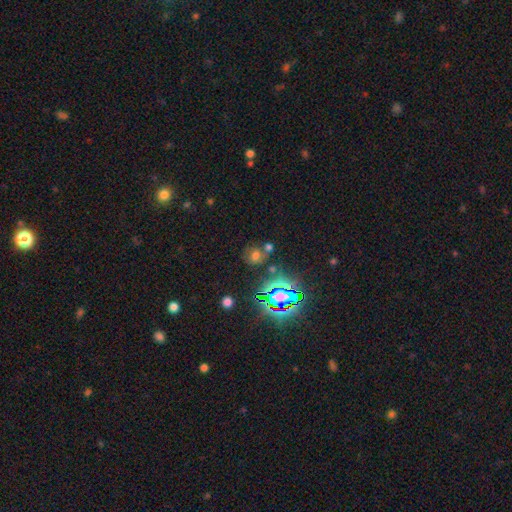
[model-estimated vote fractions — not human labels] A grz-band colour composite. It shows a smooth galaxy with no disk features (49%). Merging: none (59%).